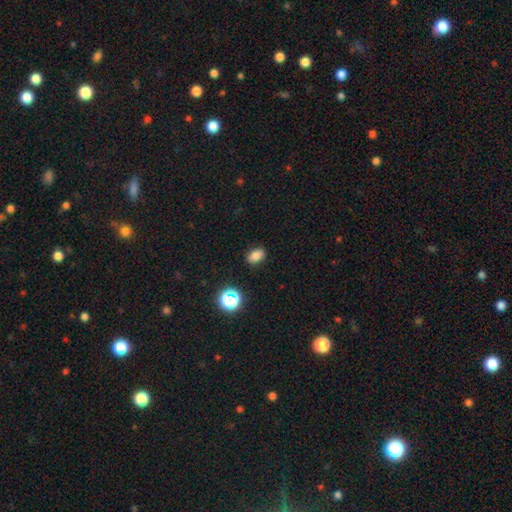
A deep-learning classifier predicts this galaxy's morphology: Smooth or featured?
  - smooth: 80% *
  - star or artifact: 14%
  - featured or disk: 6%
How rounded?
  - in between: 78% *
  - round: 20%
  - cigar-shaped: 2%
Merging?
  - none: 86% *
  - minor disturbance: 10%
  - major disturbance: 2%
  - merger: 1%